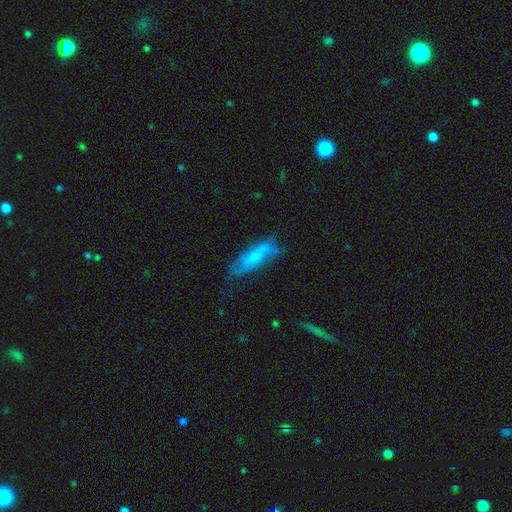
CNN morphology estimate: smooth_or_featured: smooth (p=0.57) [alt: featured or disk p=0.33]
how_rounded: cigar-shaped (p=0.63) [alt: in between p=0.35]
merging: none (p=0.50) [alt: minor disturbance p=0.28]